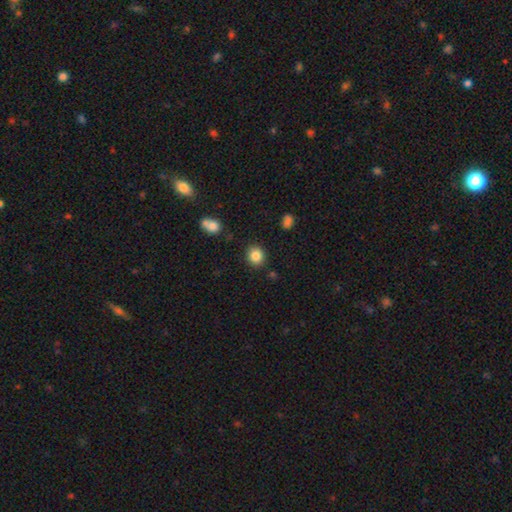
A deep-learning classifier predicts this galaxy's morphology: The model was most divided on "how rounded": round: 84%, in between: 15%, cigar-shaped: 1%. More confident: merging — none (88%); smooth or featured — smooth (85%).